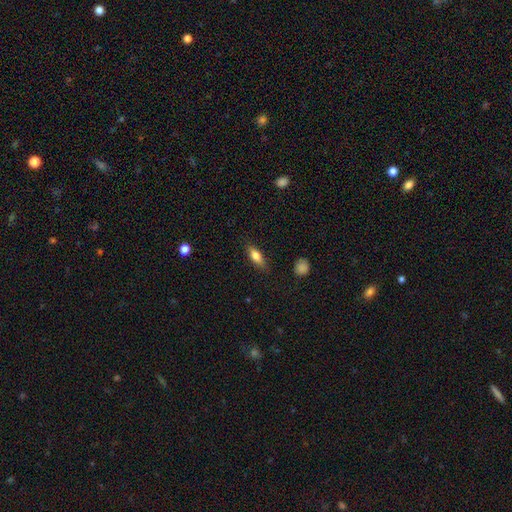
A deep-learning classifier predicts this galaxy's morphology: This is likely a smooth galaxy (72%). How rounded: likely in between (64%). Merging: clearly none (84%).